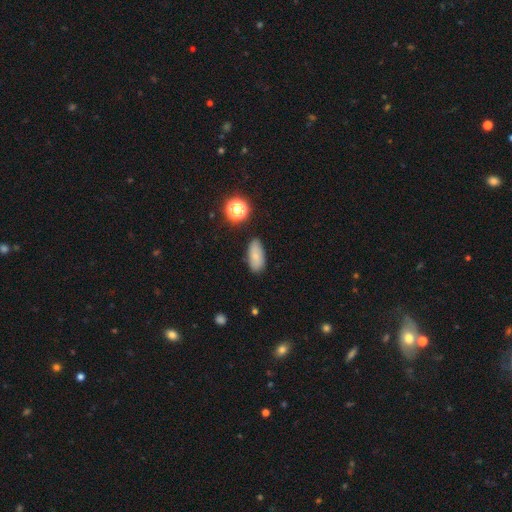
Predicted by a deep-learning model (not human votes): Morphology: type=smooth (78%); roundness=in between (88%); merging=none (80%).